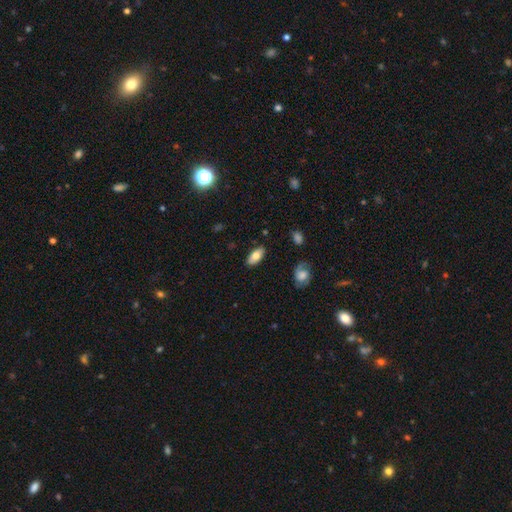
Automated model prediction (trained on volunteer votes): The model was most divided on "smooth or featured": smooth: 73%, featured or disk: 20%, star or artifact: 7%. More confident: how rounded — in between (89%); merging — none (86%).